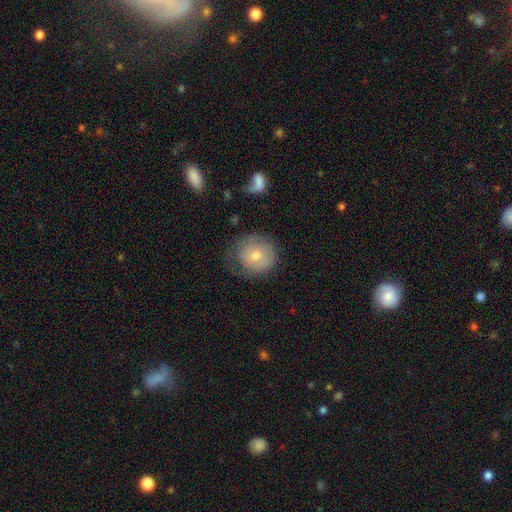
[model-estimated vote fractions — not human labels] Morphology: type=smooth (53%); roundness=round (87%); merging=none (61%).